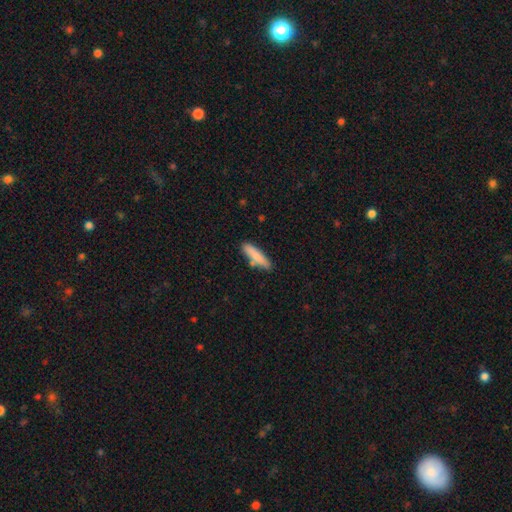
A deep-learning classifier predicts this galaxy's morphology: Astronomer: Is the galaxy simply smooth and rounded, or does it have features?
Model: smooth — 83%.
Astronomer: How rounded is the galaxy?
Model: cigar-shaped — 78%.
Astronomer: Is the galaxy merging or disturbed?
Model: none — 78%.